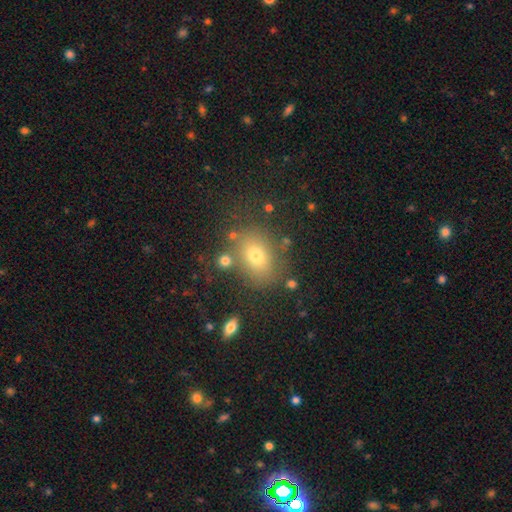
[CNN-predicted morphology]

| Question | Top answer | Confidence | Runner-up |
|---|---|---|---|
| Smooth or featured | smooth | 69% | star or artifact (16%) |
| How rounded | in between | 66% | round (32%) |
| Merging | none | 76% | minor disturbance (13%) |